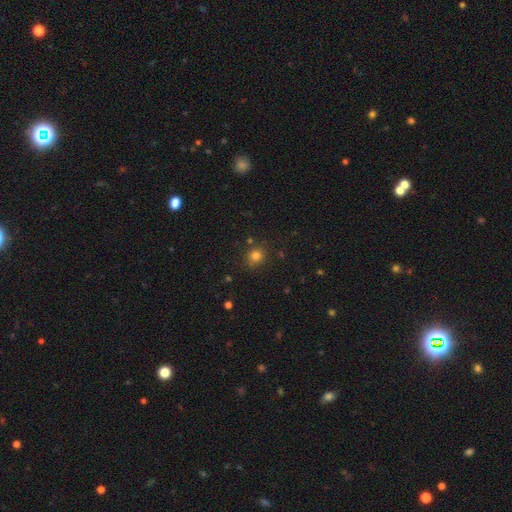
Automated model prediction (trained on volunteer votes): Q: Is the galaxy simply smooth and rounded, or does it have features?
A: smooth — 79%.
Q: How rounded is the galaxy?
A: round — 84%.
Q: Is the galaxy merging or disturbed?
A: none — 82%.